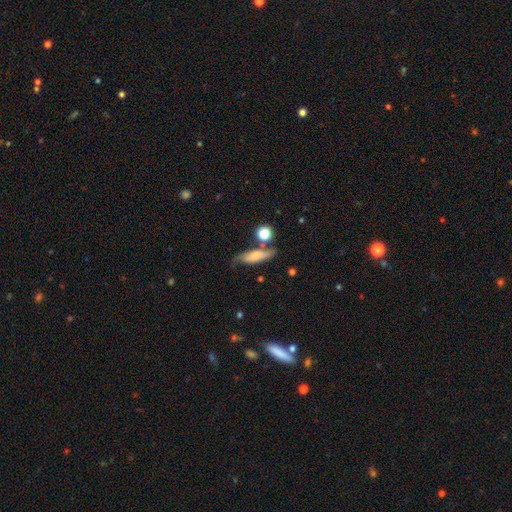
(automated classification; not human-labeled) A smooth galaxy with no disk features (65%) that is cigar-shaped (56%).

Vote fractions:
- Smooth or featured? smooth: 65% / featured or disk: 27% / star or artifact: 8%
- How rounded? cigar-shaped: 56% / in between: 38% / round: 6%
- Merging? none: 60% / minor disturbance: 21% / merger: 11% / major disturbance: 7%